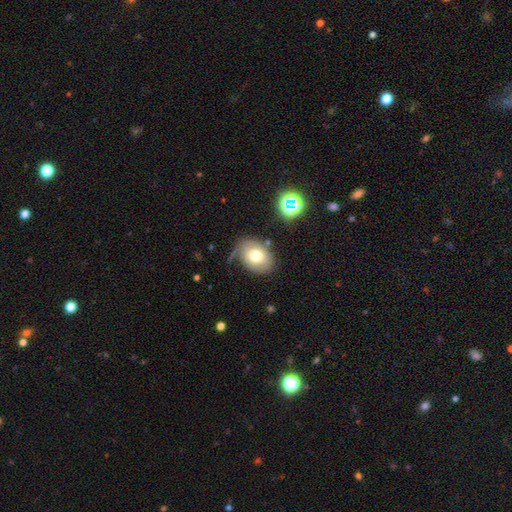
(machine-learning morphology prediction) This is likely a smooth galaxy (66%). How rounded: likely in between (67%). Merging: possibly none (59%).